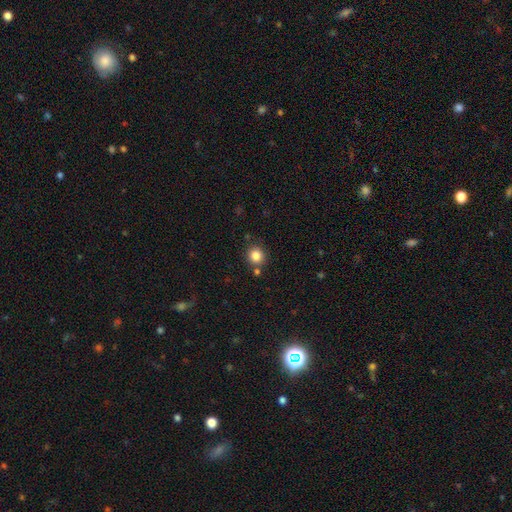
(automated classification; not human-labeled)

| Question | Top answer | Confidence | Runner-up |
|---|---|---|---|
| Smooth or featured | smooth | 83% | star or artifact (11%) |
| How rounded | round | 88% | in between (11%) |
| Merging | none | 80% | minor disturbance (9%) |